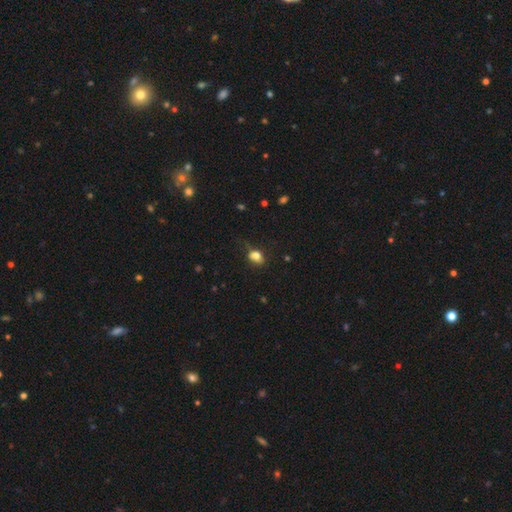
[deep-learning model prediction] Overall: smooth (79%). How rounded: in between (66%; round 32%). Merging: none (50%; minor disturbance 31%).